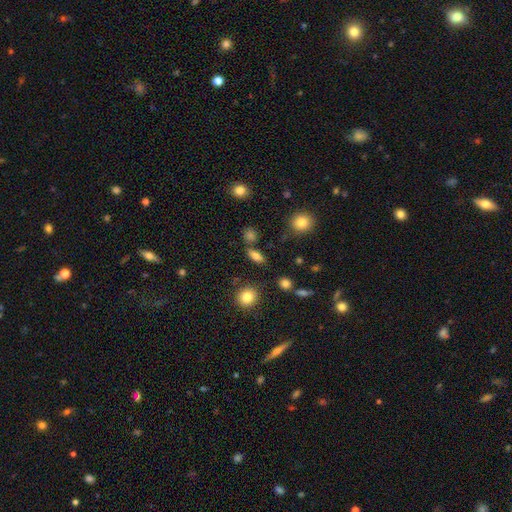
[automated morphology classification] A smooth galaxy with no disk features (79%) that is in between round and cigar-shaped (72%). Merging: none (76%).